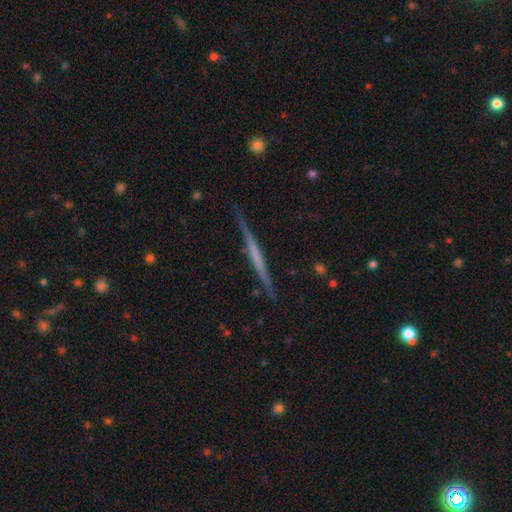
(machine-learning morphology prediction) The model was most divided on "smooth or featured": featured or disk: 68%, smooth: 26%, star or artifact: 6%. More confident: edge-on disk — yes (97%); merging — none (87%); edge-on bulge — none (70%).